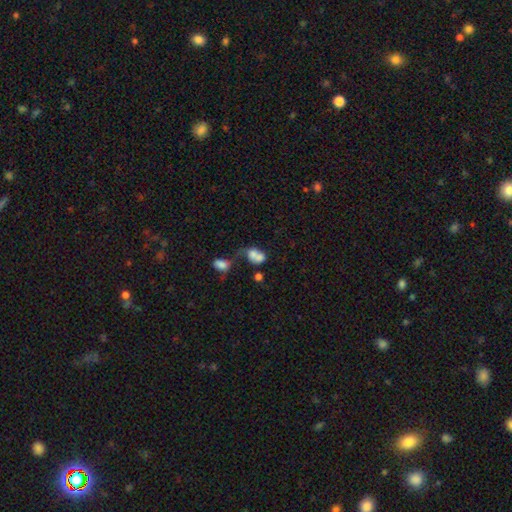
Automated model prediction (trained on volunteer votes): Smooth or featured? Predicted: smooth (p=0.70). How rounded? Predicted: in between (p=0.64). Merging? Predicted: merger (p=0.64).